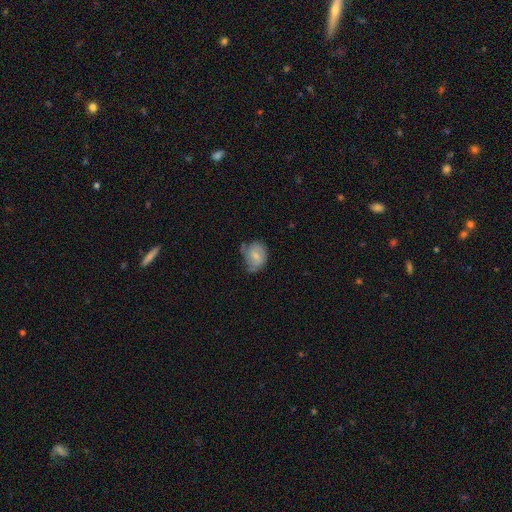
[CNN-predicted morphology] Smooth or featured? Predicted: smooth (p=0.59). How rounded? Predicted: in between (p=0.55). Merging? Predicted: minor disturbance (p=0.41).